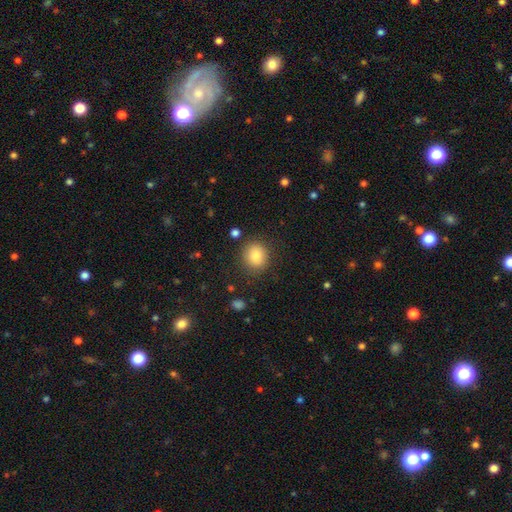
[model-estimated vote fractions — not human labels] smooth-or-featured: smooth: 85% | star or artifact: 9% | featured or disk: 6%
  how-rounded: round: 78% | in between: 21% | cigar-shaped: 1%
  merging: none: 83% | minor disturbance: 11% | major disturbance: 4% | merger: 2%